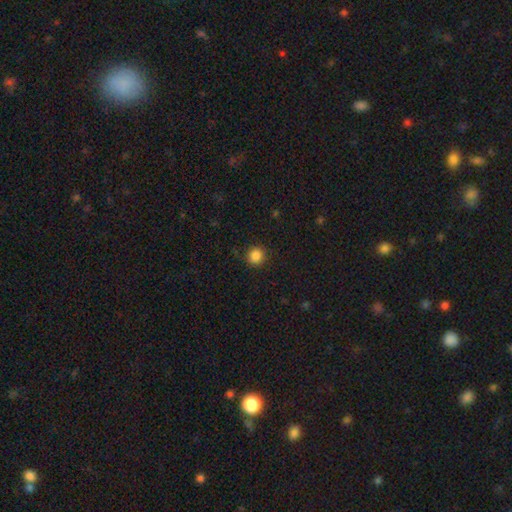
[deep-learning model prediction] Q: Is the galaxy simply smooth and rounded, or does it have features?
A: smooth — 85%.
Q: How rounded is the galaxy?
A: round — 90%.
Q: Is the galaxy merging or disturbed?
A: none — 90%.